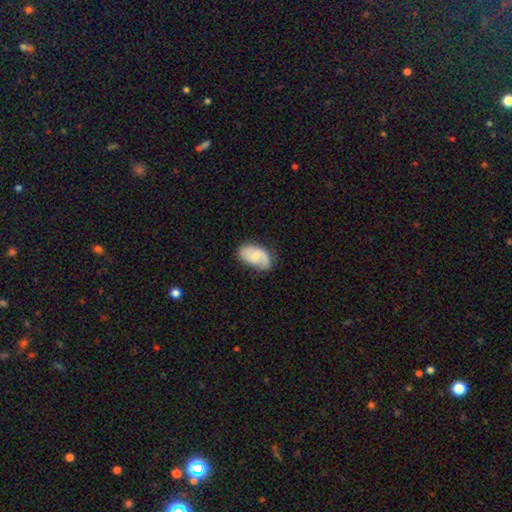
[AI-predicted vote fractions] This appears to be a featured or disk galaxy (53%) with no bar (47%), spiral arms (87%) and a small central bulge (53%). Merging: none (67%).